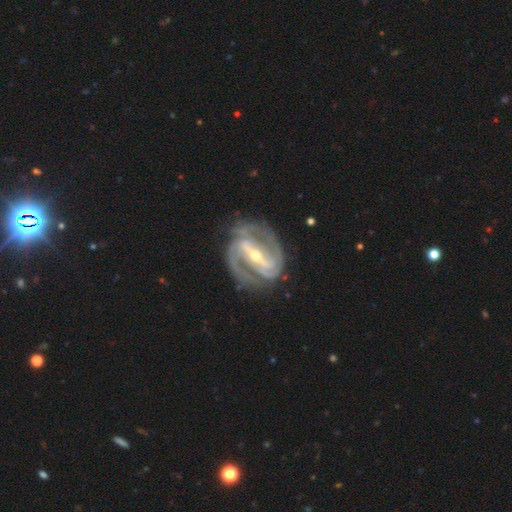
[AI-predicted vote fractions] The model was most divided on "spiral winding": tight: 48%, medium: 43%, loose: 9%. More confident: spiral arms — yes (98%); edge-on disk — no (97%); smooth or featured — featured or disk (93%); bar — strong (75%); merging — none (74%); spiral arm count — 2 (61%); bulge size — small (54%).